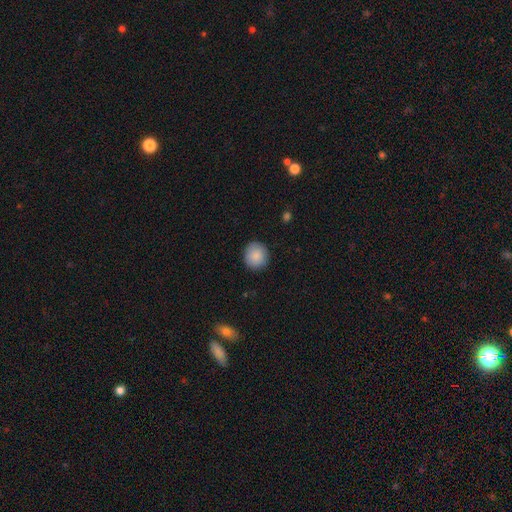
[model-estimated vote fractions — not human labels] Overall: smooth (89%). How rounded: round (89%). Merging: none (89%).